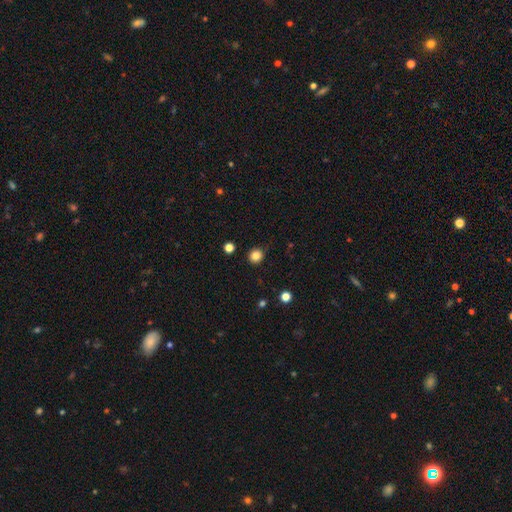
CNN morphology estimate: Smooth or featured?
  - smooth: 84% *
  - star or artifact: 12%
  - featured or disk: 5%
How rounded?
  - round: 91% *
  - in between: 8%
  - cigar-shaped: 1%
Merging?
  - none: 90% *
  - minor disturbance: 7%
  - major disturbance: 2%
  - merger: 1%